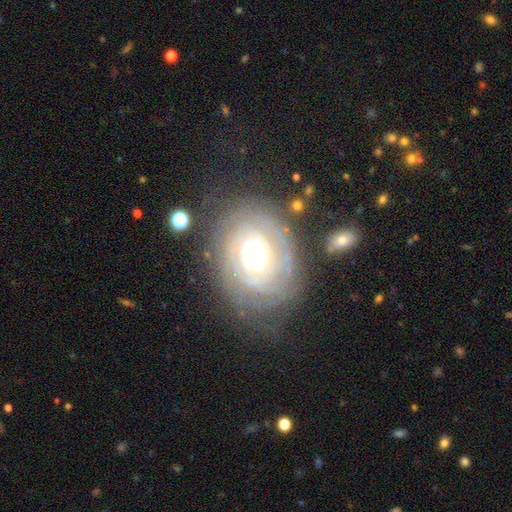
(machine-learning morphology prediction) The model was most divided on "spiral arm count": can't tell: 43%, 2: 20%, 3: 13%, 4: 9%, more than 4: 8%, 1: 8%. More confident: edge-on disk — no (96%); spiral arms — yes (85%); spiral winding — tight (82%); smooth or featured — featured or disk (81%); bar — no (79%); merging — none (72%); bulge size — moderate (58%).